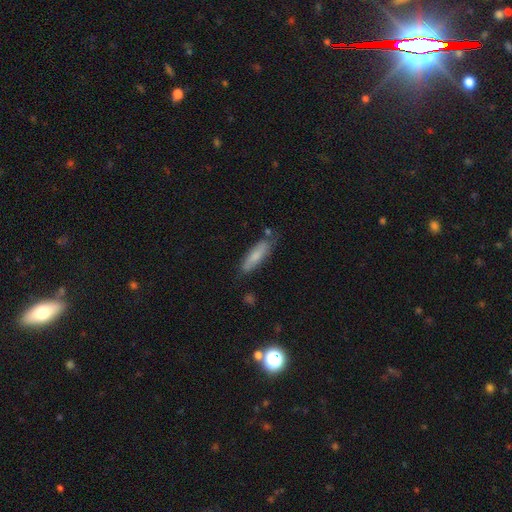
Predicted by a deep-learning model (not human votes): This appears to be a smooth galaxy with no disk features (73%) that is cigar-shaped (64%). Merging: none (70%).